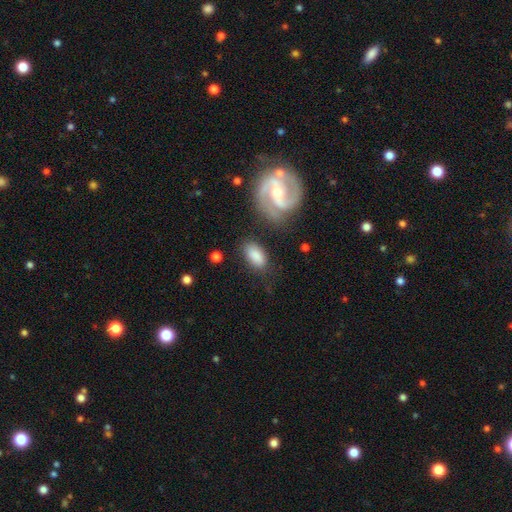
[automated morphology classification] Overall: smooth (80%). How rounded: in between (92%). Merging: none (71%).